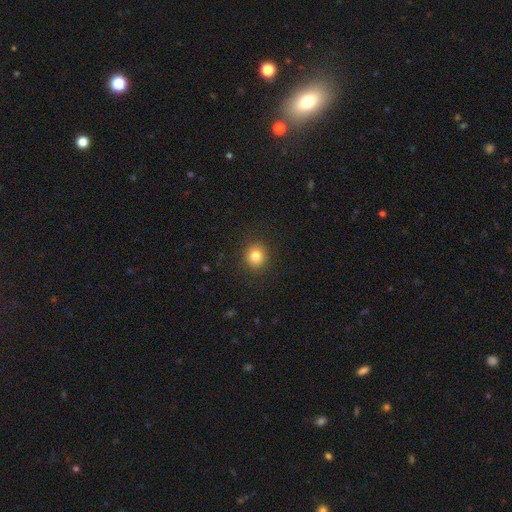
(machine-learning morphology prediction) Smooth or featured: smooth — 81% (star or artifact — 12%)
How rounded: round — 87% (in between — 12%)
Merging: none — 90% (minor disturbance — 7%)